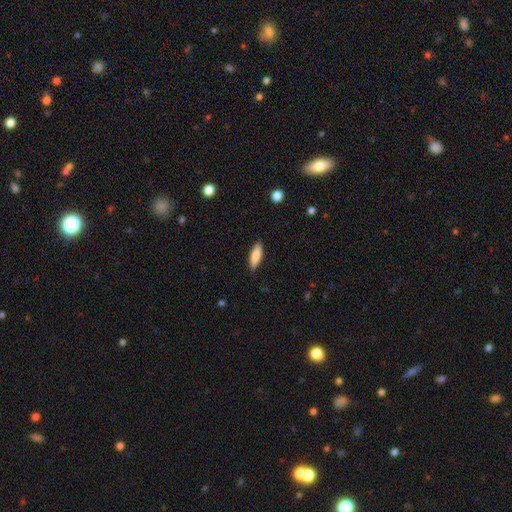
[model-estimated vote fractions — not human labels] smooth 85%, featured or disk 9%, star or artifact 6%. Down the decision tree: how rounded — cigar-shaped (50%); merging — none (87%).